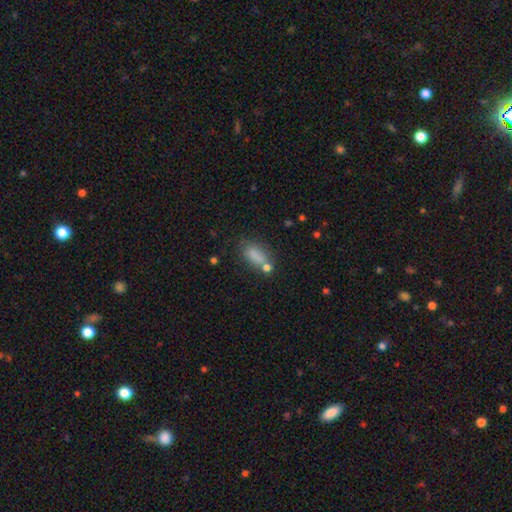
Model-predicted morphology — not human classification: A smooth galaxy with no disk features (78%) that is in between round and cigar-shaped (82%). Merging: none (51%).